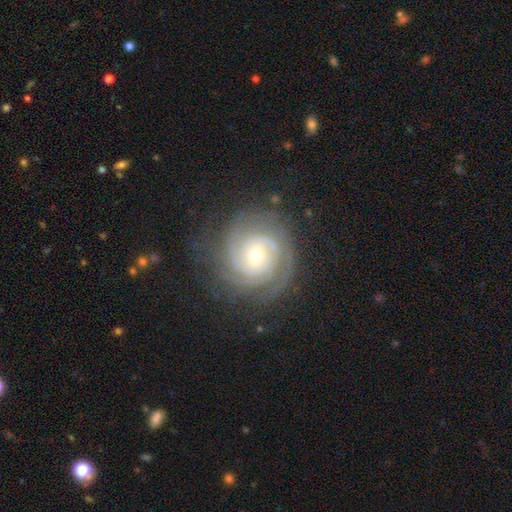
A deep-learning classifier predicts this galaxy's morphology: Smooth or featured? Predicted: featured or disk (p=0.87). Edge-on disk? Predicted: no (p=0.98). Bar? Predicted: no (p=0.64). Spiral arms? Predicted: yes (p=0.98). Spiral winding? Predicted: tight (p=0.78). Spiral arm count? Predicted: 3 (p=0.26). Bulge size? Predicted: small (p=0.52). Merging? Predicted: none (p=0.80).